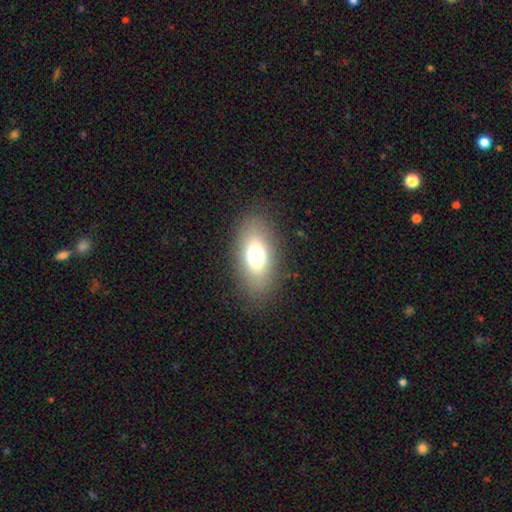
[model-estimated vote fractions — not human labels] Smooth or featured? Predicted: smooth (p=0.68). How rounded? Predicted: in between (p=0.84). Merging? Predicted: none (p=0.84).